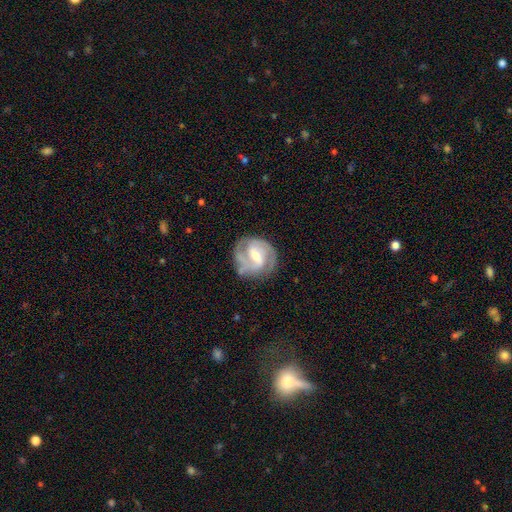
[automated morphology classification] A featured or disk galaxy (85%) with a weak bar (51%), 2 (74%) medium (48%) spiral arms (95%) and a moderate central bulge (50%). Merging: none (75%).